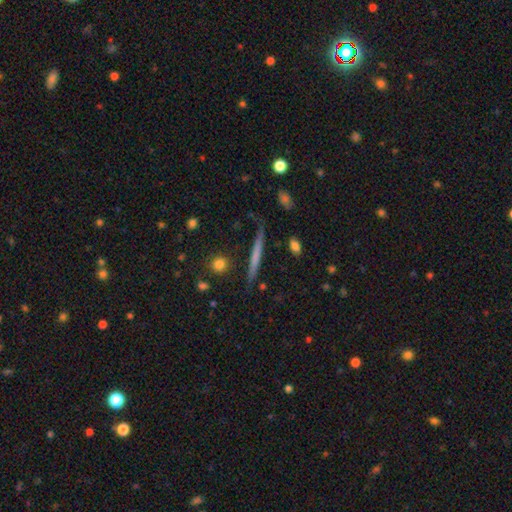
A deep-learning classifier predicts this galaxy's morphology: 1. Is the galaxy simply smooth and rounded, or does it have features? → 51% smooth, 42% featured or disk, 7% star or artifact.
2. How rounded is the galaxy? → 93% cigar-shaped, 4% round, 3% in between.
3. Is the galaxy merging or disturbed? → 83% none, 12% minor disturbance, 3% major disturbance, 2% merger.